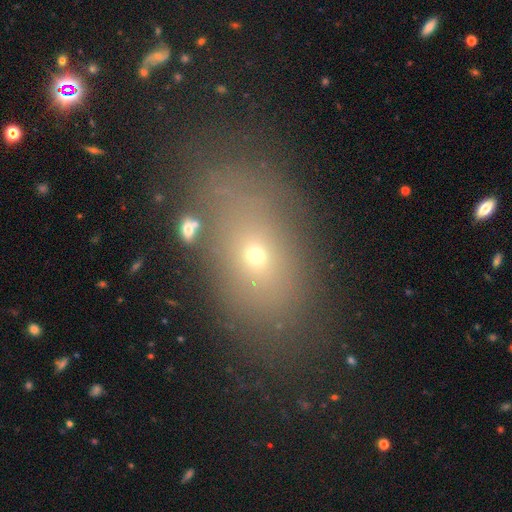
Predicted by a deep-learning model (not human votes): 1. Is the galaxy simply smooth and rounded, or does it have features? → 60% smooth, 21% star or artifact, 19% featured or disk.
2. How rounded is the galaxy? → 77% in between, 19% round, 4% cigar-shaped.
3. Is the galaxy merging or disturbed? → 64% none, 17% minor disturbance, 11% major disturbance, 8% merger.